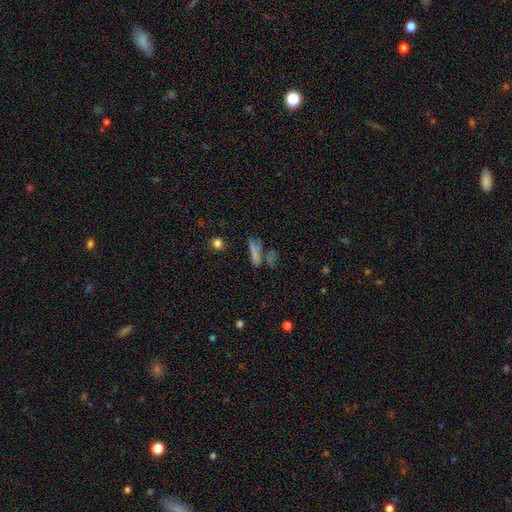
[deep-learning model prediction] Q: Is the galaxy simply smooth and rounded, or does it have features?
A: smooth — 56%.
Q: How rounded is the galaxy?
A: cigar-shaped — 75%.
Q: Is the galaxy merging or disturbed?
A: none — 59%.